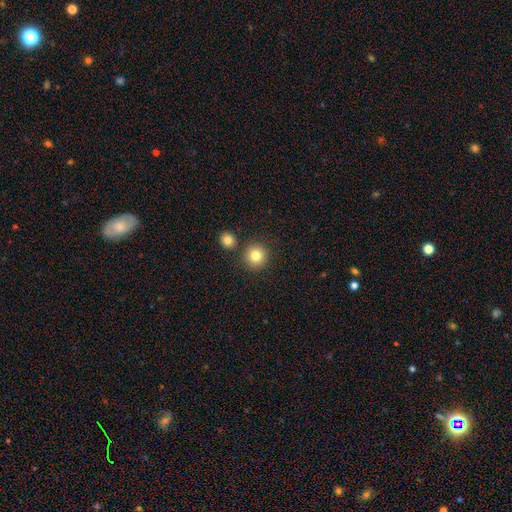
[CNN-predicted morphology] smooth_or_featured: smooth (p=0.83) [alt: star or artifact p=0.10]
how_rounded: round (p=0.93) [alt: in between p=0.06]
merging: none (p=0.84) [alt: merger p=0.07]